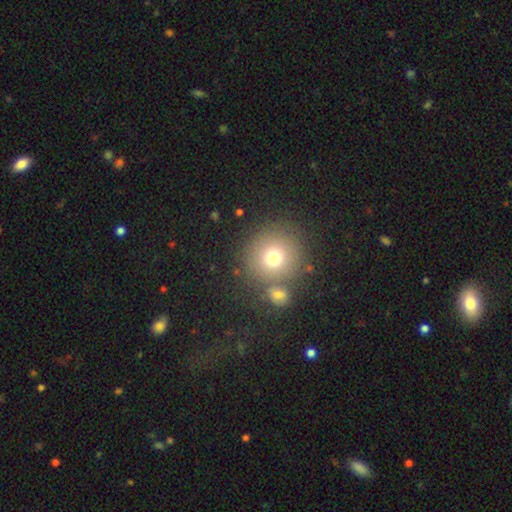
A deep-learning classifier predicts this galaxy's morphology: Smooth or featured?
  - smooth: 65% *
  - star or artifact: 22%
  - featured or disk: 12%
How rounded?
  - round: 93% *
  - in between: 6%
  - cigar-shaped: 1%
Merging?
  - none: 66% *
  - merger: 17%
  - minor disturbance: 10%
  - major disturbance: 7%